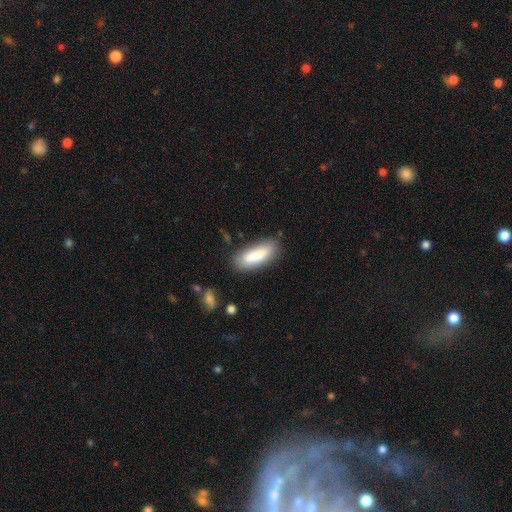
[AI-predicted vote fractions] smooth 84%, featured or disk 10%, star or artifact 6%. Down the decision tree: how rounded — in between (64%); merging — none (78%).